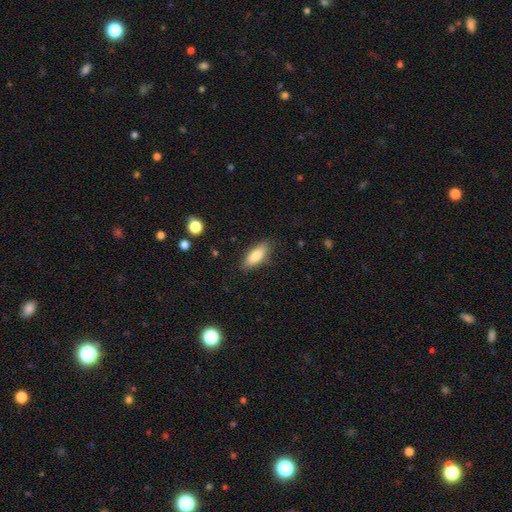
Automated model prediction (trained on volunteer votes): Q: Smooth or featured?
A: smooth (81%); runner-up: featured or disk (12%)
Q: How rounded?
A: in between (71%); runner-up: cigar-shaped (27%)
Q: Merging?
A: none (83%); runner-up: minor disturbance (13%)